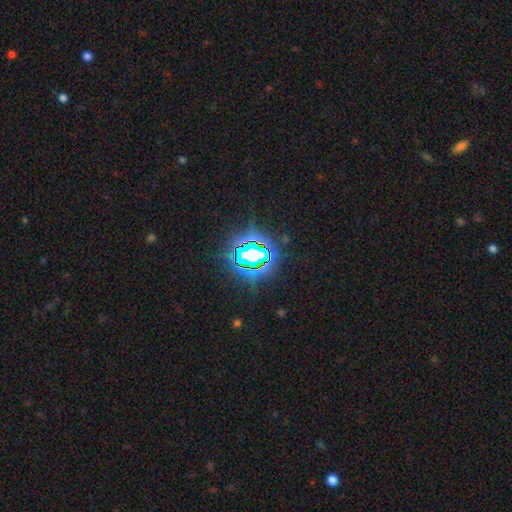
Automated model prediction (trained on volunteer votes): The model was most divided on "smooth or featured": star or artifact: 80%, smooth: 12%, featured or disk: 9%.